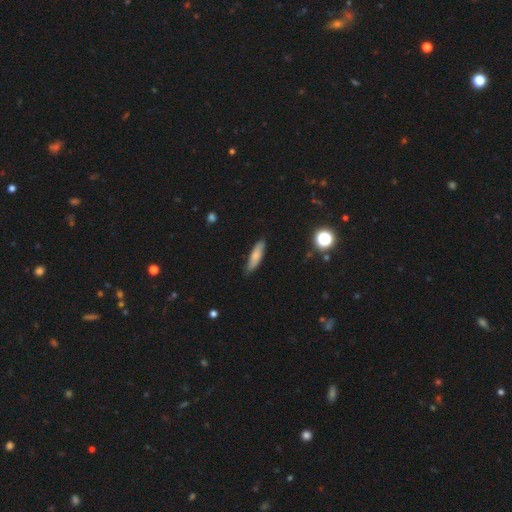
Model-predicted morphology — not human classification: Smooth or featured? smooth (75%)
How rounded? cigar-shaped (65%)
Merging? none (78%)